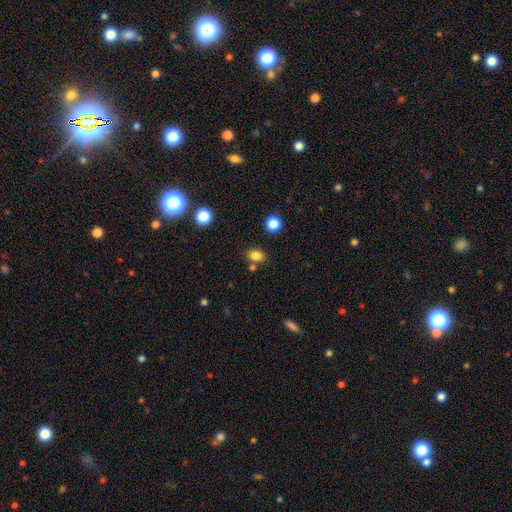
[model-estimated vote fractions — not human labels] smooth_or_featured: smooth (p=0.83) [alt: star or artifact p=0.12]
how_rounded: in between (p=0.64) [alt: round p=0.34]
merging: none (p=0.75) [alt: merger p=0.11]